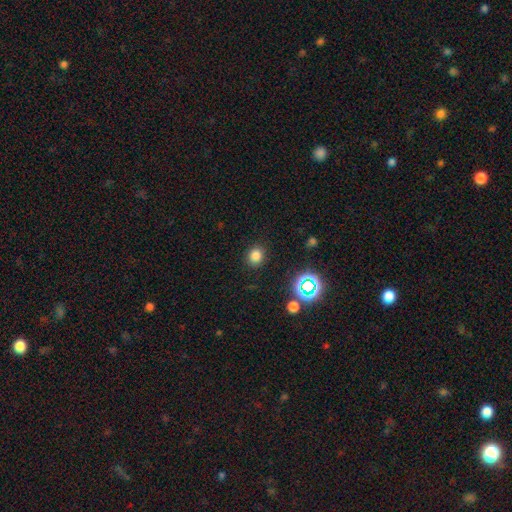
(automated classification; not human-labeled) Smooth or featured: smooth — 78% (star or artifact — 17%)
How rounded: round — 76% (in between — 23%)
Merging: none — 88% (minor disturbance — 8%)